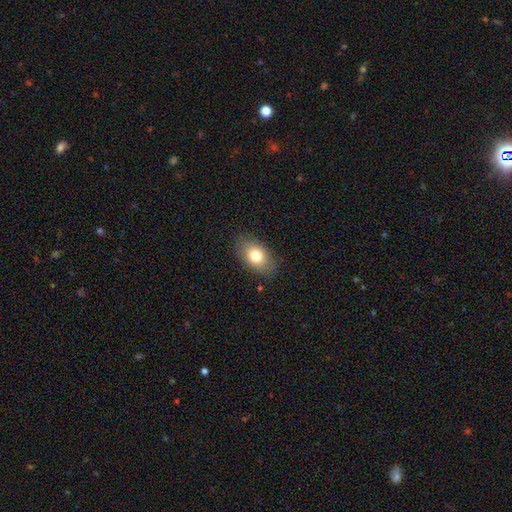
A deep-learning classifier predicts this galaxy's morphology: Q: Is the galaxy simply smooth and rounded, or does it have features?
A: smooth — 76%.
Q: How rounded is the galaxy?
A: in between — 88%.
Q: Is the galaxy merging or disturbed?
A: none — 84%.